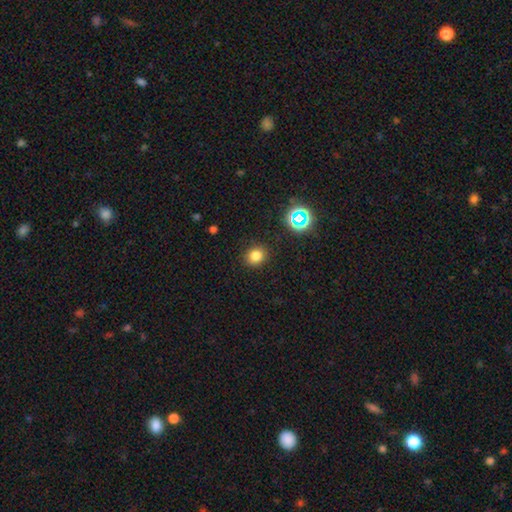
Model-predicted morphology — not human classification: Q: Smooth or featured?
A: smooth (78%); runner-up: star or artifact (16%)
Q: How rounded?
A: round (76%); runner-up: in between (23%)
Q: Merging?
A: none (89%); runner-up: minor disturbance (7%)